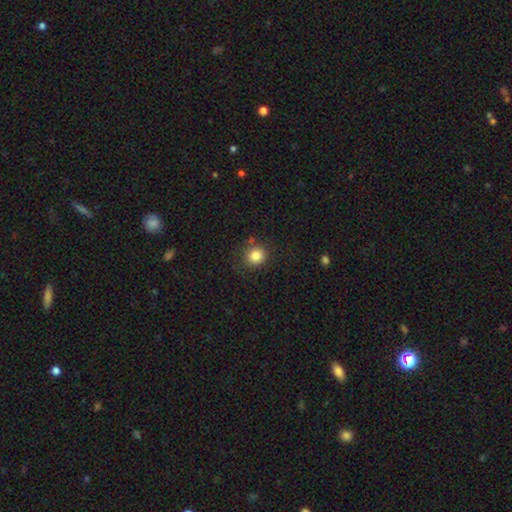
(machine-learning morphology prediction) Smooth or featured? smooth (83%)
How rounded? round (86%)
Merging? none (82%)